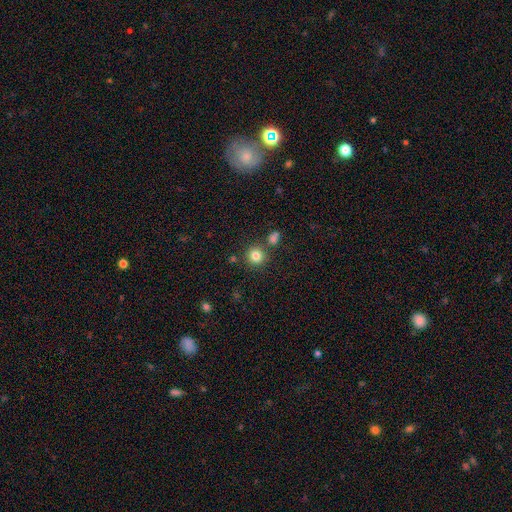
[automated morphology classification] Smooth or featured? smooth (82%)
How rounded? round (91%)
Merging? none (81%)